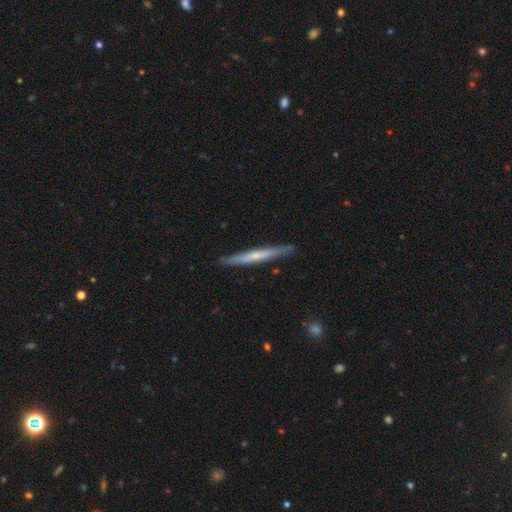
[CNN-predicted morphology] Overall: featured or disk (49%; smooth 46%). Merging: none (88%).